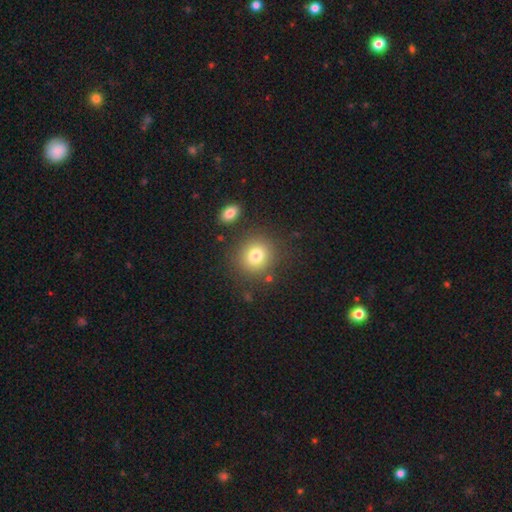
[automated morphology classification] Q: Smooth or featured?
A: smooth (78%); runner-up: star or artifact (12%)
Q: How rounded?
A: round (84%); runner-up: in between (15%)
Q: Merging?
A: none (82%); runner-up: minor disturbance (9%)